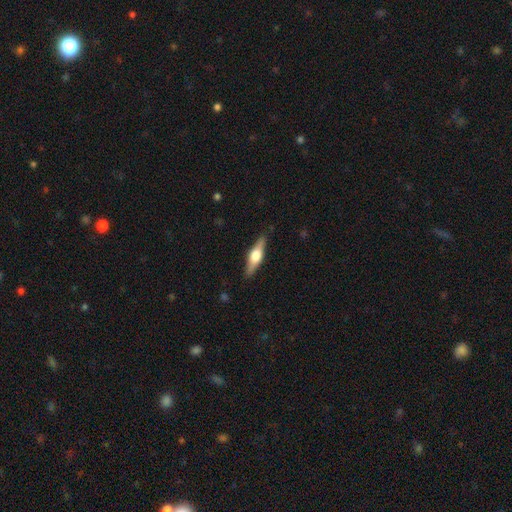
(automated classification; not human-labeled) This appears to be a featured or disk galaxy (63%) viewed edge-on (96%) with a rounded central bulge (92%). Merging: none (88%).